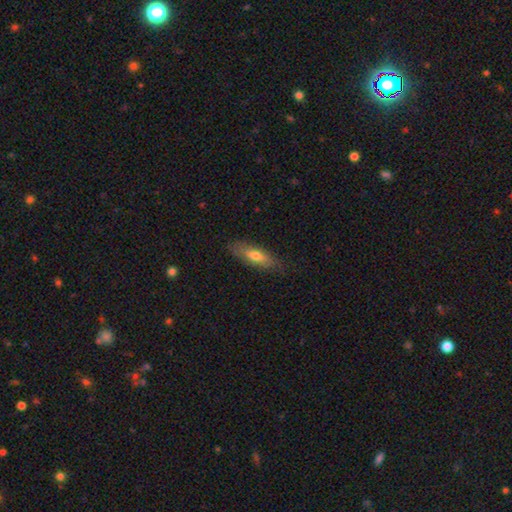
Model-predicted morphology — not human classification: Smooth or featured: smooth — 62% (featured or disk — 31%)
How rounded: cigar-shaped — 54% (in between — 44%)
Merging: none — 81% (minor disturbance — 15%)